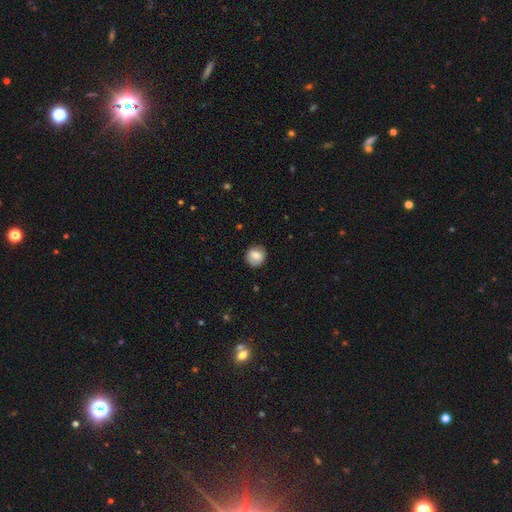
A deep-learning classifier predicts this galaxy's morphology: Overall: smooth (78%). How rounded: round (86%). Merging: none (84%).